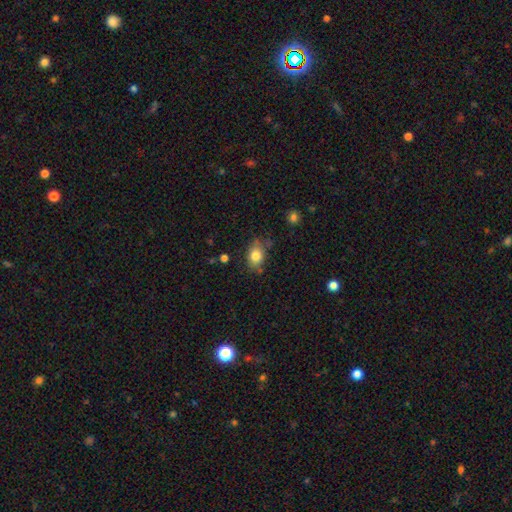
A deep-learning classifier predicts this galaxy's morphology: Smooth or featured: smooth — 81% (featured or disk — 10%)
How rounded: in between — 68% (round — 31%)
Merging: none — 70% (minor disturbance — 20%)